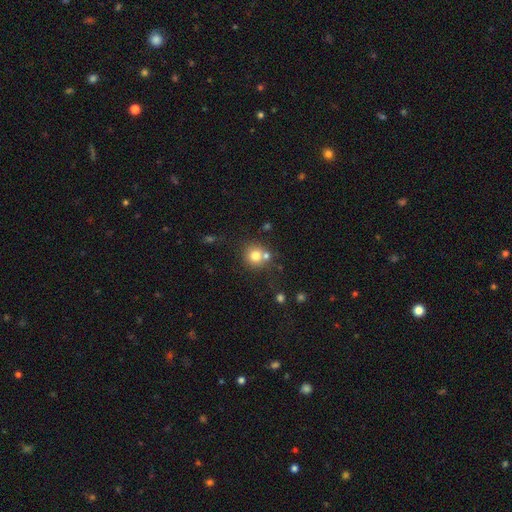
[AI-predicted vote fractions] smooth_or_featured: smooth (p=0.77) [alt: star or artifact p=0.12]
how_rounded: round (p=0.89) [alt: in between p=0.10]
merging: none (p=0.60) [alt: merger p=0.27]